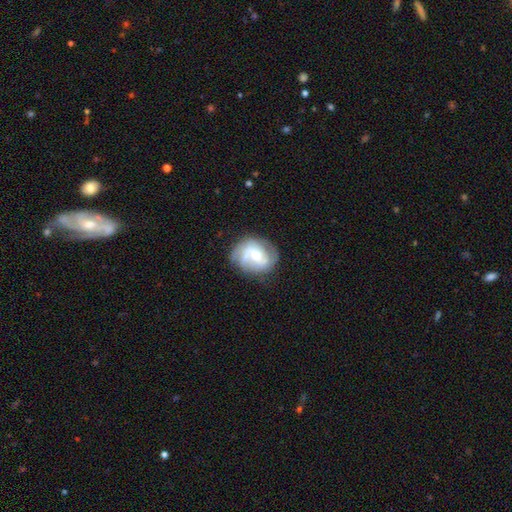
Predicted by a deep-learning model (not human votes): This appears to be a featured or disk galaxy (70%) with a weak bar (41%, tied with no), 2 (66%) medium (43%) spiral arms (84%) and a moderate central bulge (51%). Merging: none (70%).